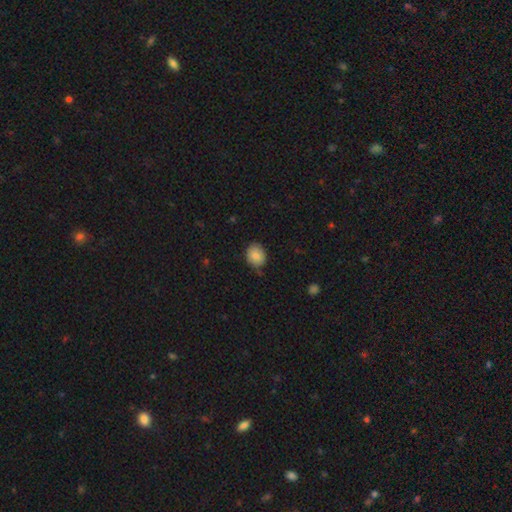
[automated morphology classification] Overall: smooth (85%). How rounded: round (57%; in between 42%). Merging: none (75%).